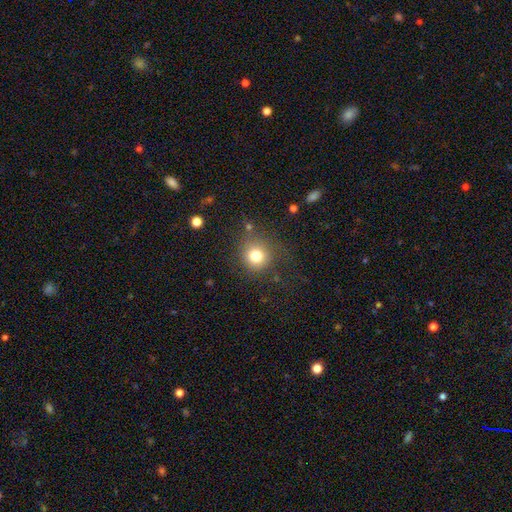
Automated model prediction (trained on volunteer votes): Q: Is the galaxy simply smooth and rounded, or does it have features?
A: smooth — 79%.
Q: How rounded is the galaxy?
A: round — 89%.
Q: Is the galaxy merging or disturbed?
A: none — 76%.